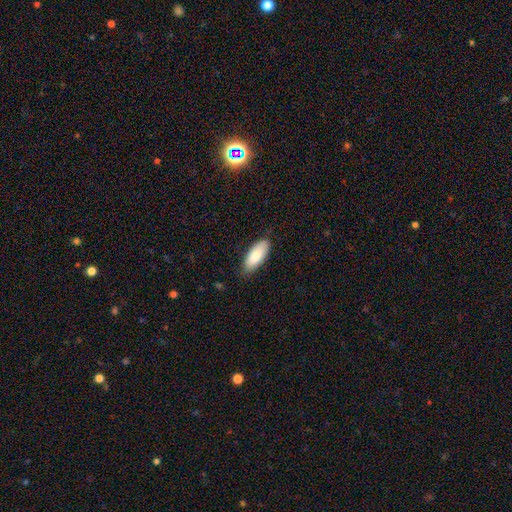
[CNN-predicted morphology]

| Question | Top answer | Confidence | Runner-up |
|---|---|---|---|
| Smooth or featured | smooth | 83% | featured or disk (11%) |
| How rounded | in between | 84% | cigar-shaped (14%) |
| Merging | none | 79% | minor disturbance (18%) |